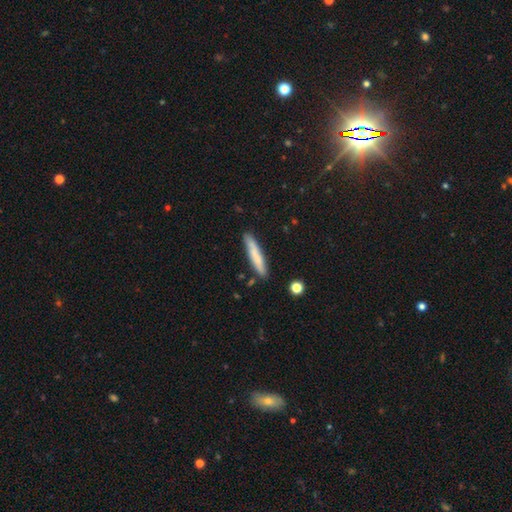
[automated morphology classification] A smooth galaxy with no disk features (71%) that is cigar-shaped (92%).

Vote fractions:
- Smooth or featured? smooth: 71% / featured or disk: 23% / star or artifact: 7%
- How rounded? cigar-shaped: 92% / in between: 7% / round: 1%
- Merging? none: 84% / minor disturbance: 11% / merger: 3% / major disturbance: 2%